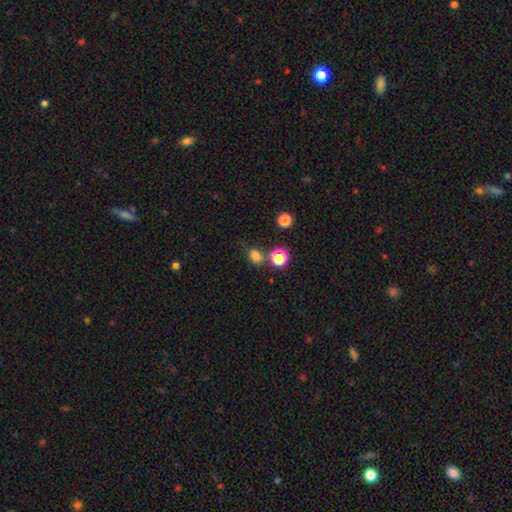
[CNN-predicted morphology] Q: Smooth or featured?
A: smooth (76%); runner-up: star or artifact (18%)
Q: How rounded?
A: round (52%); runner-up: in between (46%)
Q: Merging?
A: none (67%); runner-up: minor disturbance (16%)